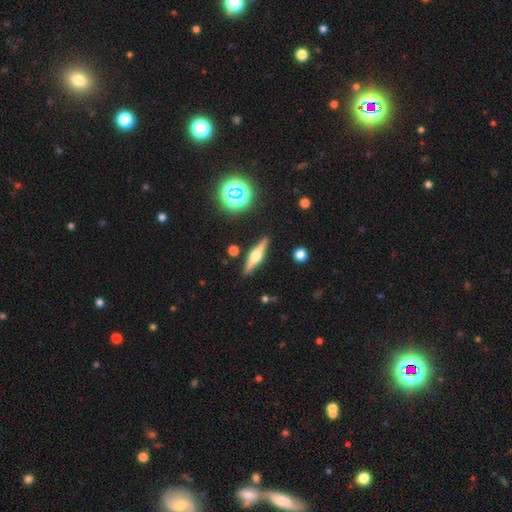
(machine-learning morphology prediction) The model was most divided on "smooth or featured": featured or disk: 66%, smooth: 26%, star or artifact: 8%. More confident: edge-on disk — yes (96%); edge-on bulge — rounded (93%); merging — none (89%).